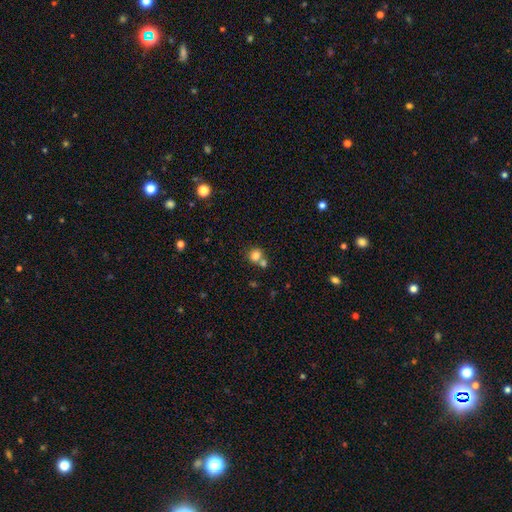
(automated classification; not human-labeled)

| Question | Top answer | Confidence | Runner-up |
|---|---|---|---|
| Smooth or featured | smooth | 79% | star or artifact (12%) |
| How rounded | round | 80% | in between (19%) |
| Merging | none | 51% | merger (38%) |